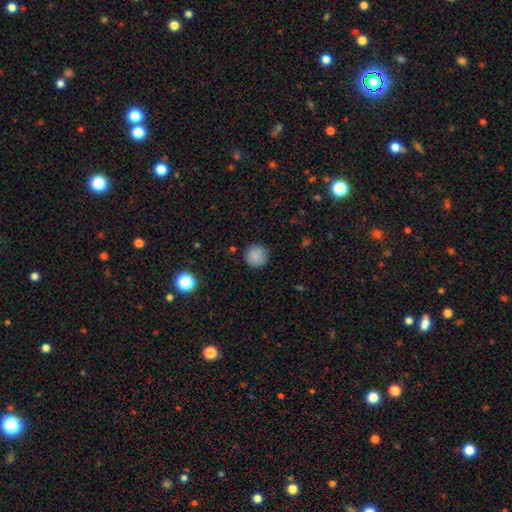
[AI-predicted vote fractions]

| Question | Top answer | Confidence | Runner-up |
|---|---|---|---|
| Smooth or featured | smooth | 86% | star or artifact (9%) |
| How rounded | round | 95% | in between (4%) |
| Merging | none | 88% | minor disturbance (9%) |